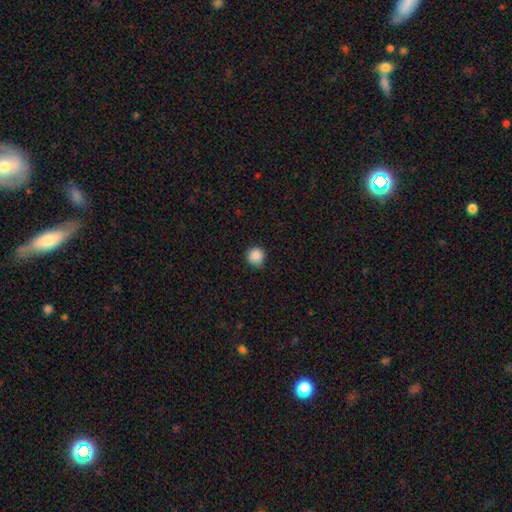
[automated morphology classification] Smooth or featured? Predicted: smooth (p=0.88). How rounded? Predicted: round (p=0.93). Merging? Predicted: none (p=0.85).